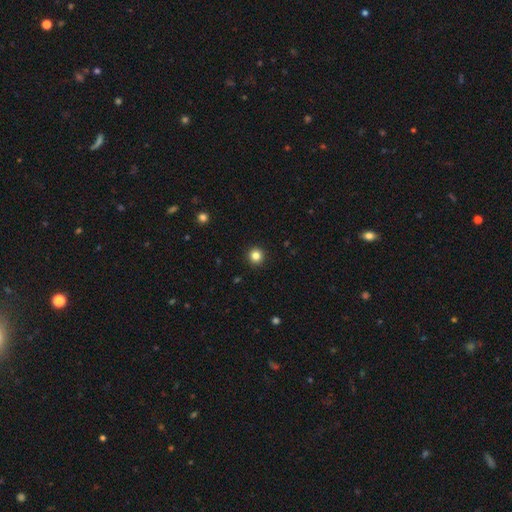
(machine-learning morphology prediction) Smooth or featured?
  - smooth: 83% *
  - star or artifact: 12%
  - featured or disk: 5%
How rounded?
  - round: 96% *
  - in between: 4%
  - cigar-shaped: 1%
Merging?
  - none: 93% *
  - minor disturbance: 4%
  - major disturbance: 2%
  - merger: 1%